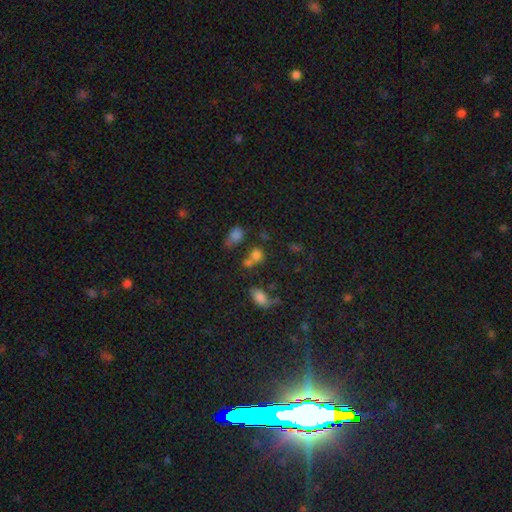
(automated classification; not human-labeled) A smooth galaxy with no disk features (72%) that is round (65%). Merging: none (49%).